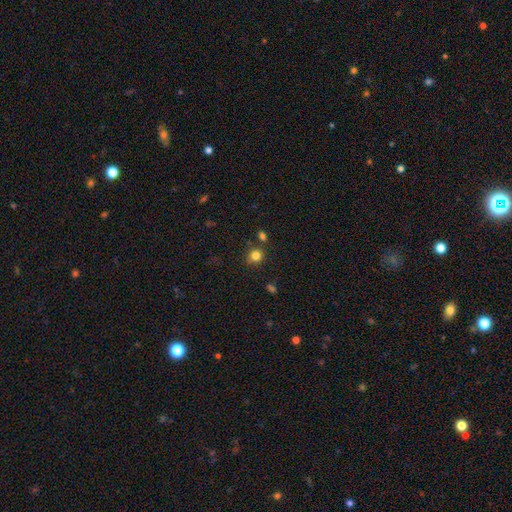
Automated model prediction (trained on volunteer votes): Overall: smooth (81%). How rounded: round (85%). Merging: none (78%).